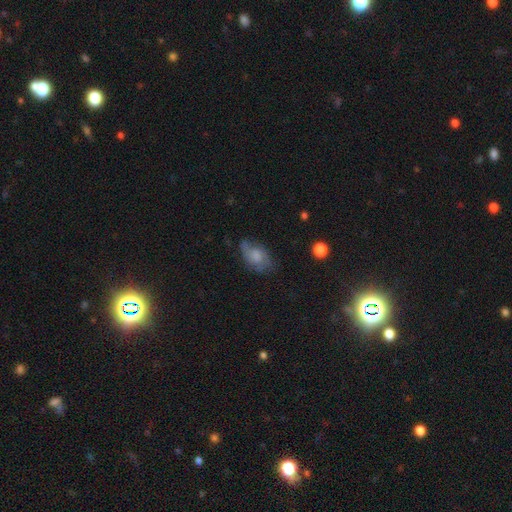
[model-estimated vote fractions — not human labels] Smooth or featured: smooth — 50% (featured or disk — 42%)
Merging: none — 52% (minor disturbance — 30%)